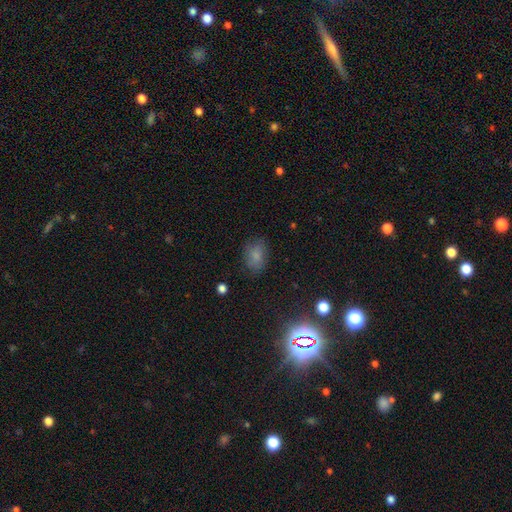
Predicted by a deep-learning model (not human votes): Overall: smooth (77%). How rounded: in between (76%). Merging: none (75%).